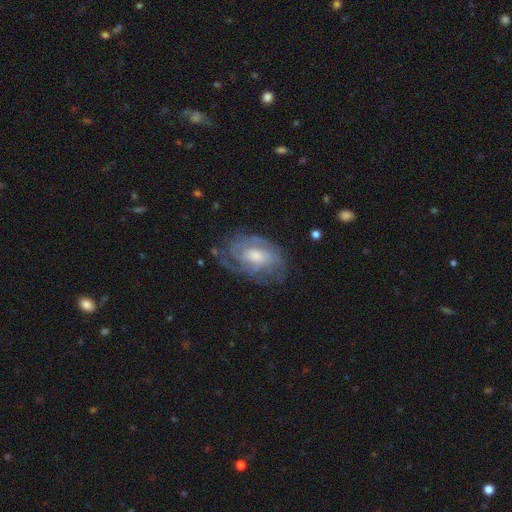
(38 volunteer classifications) Morphology: type=featured or disk (87%); edge-on=no (97%); bar=no (62%); spiral arms=yes (94%); winding=tight (60%); arm count=can't tell (53%); bulge=moderate (75%); merging=none (86%).